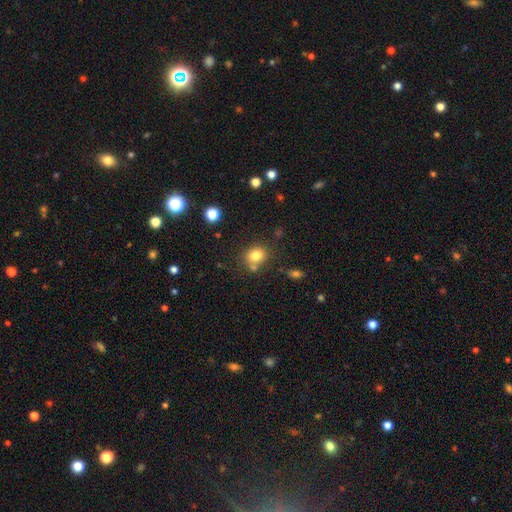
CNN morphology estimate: A smooth galaxy with no disk features (79%) that is round (71%). Merging: none (65%).